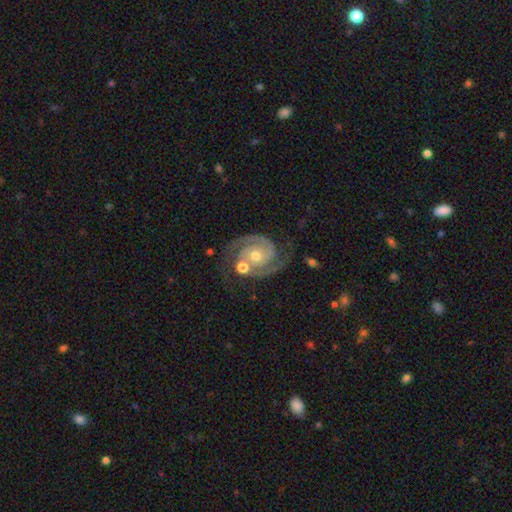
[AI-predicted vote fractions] smooth_or_featured: featured or disk (p=0.92) [alt: star or artifact p=0.05]
disk_edge_on: no (p=0.98) [alt: yes p=0.02]
bar: no (p=0.74) [alt: weak p=0.20]
has_spiral_arms: yes (p=0.98) [alt: no p=0.02]
spiral_winding: tight (p=0.57) [alt: medium p=0.38]
spiral_arm_count: 2 (p=0.93) [alt: 3 p=0.02]
bulge_size: moderate (p=0.51) [alt: small p=0.44]
merging: none (p=0.70) [alt: minor disturbance p=0.14]